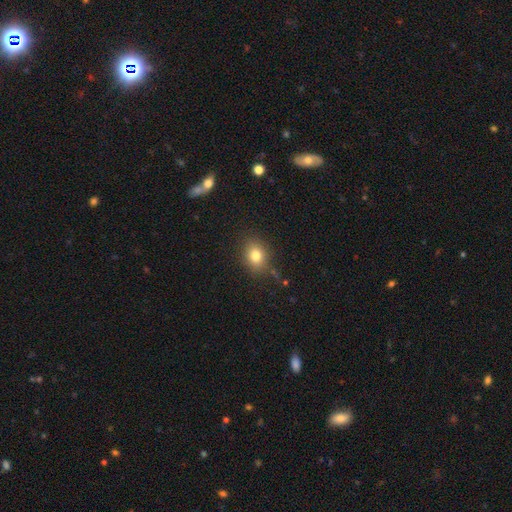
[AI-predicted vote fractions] Overall: smooth (79%). How rounded: in between (50%; round 48%). Merging: none (78%).